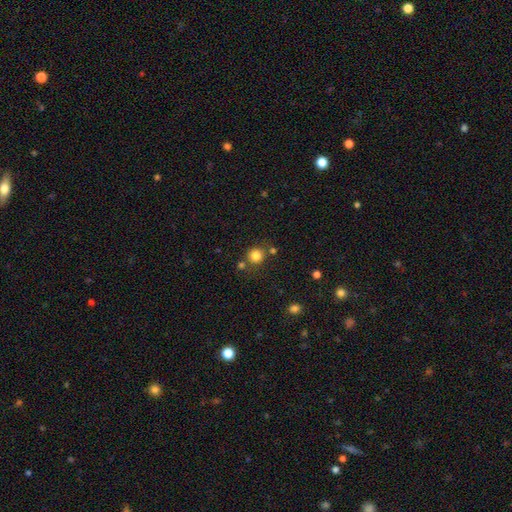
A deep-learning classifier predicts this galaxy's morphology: This appears to be a smooth galaxy with no disk features (82%) that is round (91%). Merging: none (75%).